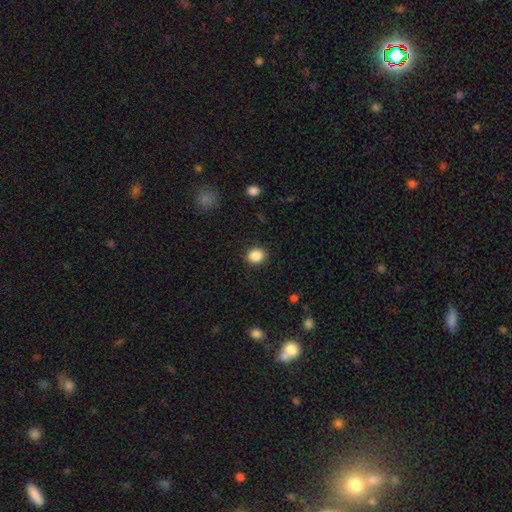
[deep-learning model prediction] Q: Smooth or featured?
A: smooth (87%); runner-up: star or artifact (9%)
Q: How rounded?
A: round (62%); runner-up: in between (37%)
Q: Merging?
A: none (89%); runner-up: minor disturbance (8%)